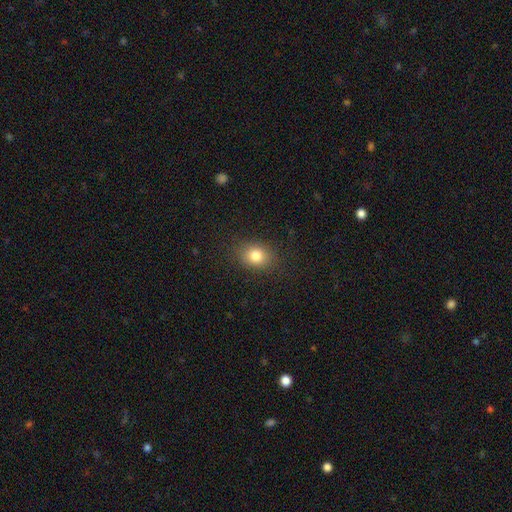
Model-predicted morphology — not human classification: Smooth or featured? smooth (81%)
How rounded? in between (54%)
Merging? none (86%)